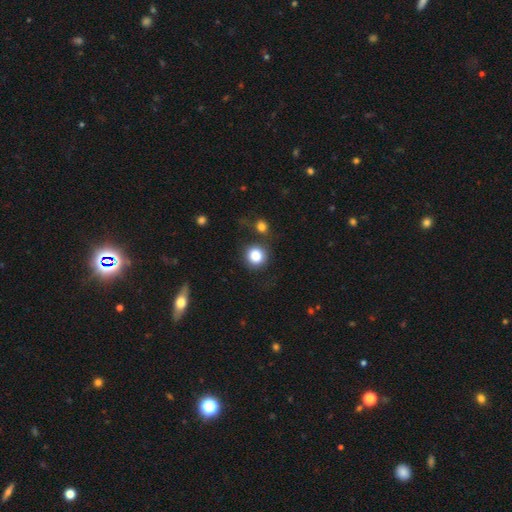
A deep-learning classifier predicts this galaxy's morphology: Q: Smooth or featured?
A: smooth (86%); runner-up: star or artifact (9%)
Q: How rounded?
A: round (91%); runner-up: in between (8%)
Q: Merging?
A: none (75%); runner-up: minor disturbance (11%)